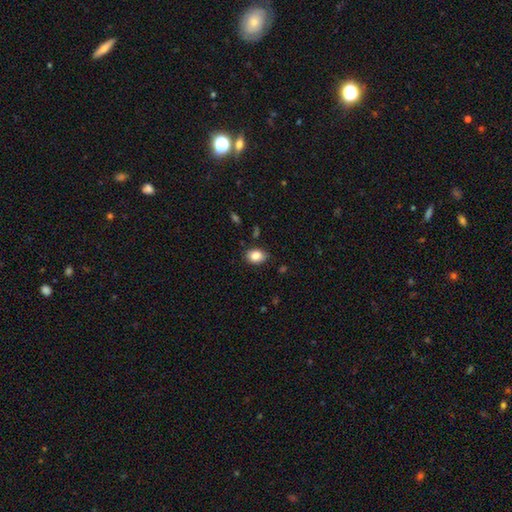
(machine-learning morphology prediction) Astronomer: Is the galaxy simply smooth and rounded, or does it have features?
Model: smooth — 86%.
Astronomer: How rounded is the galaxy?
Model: in between — 76%.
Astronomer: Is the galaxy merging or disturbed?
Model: none — 80%.